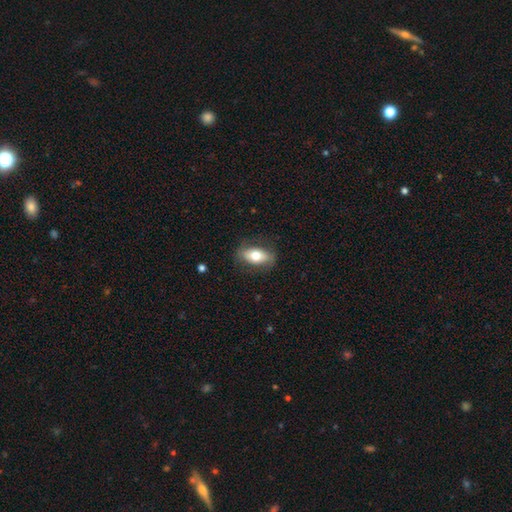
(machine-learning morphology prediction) Smooth or featured? Predicted: smooth (p=0.69). How rounded? Predicted: in between (p=0.88). Merging? Predicted: none (p=0.80).